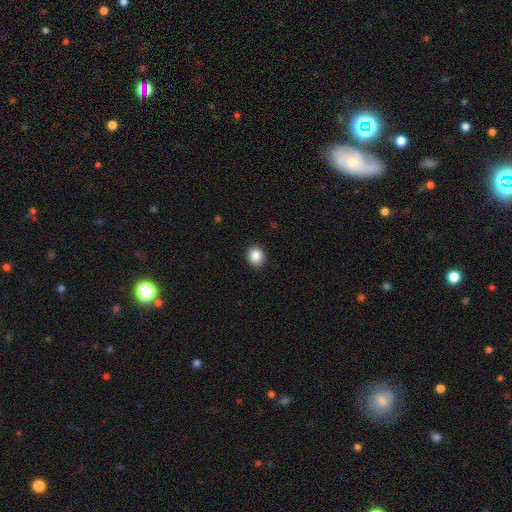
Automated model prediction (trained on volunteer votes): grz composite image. It shows a smooth galaxy with no disk features (87%) that is round (78%). Merging: none (91%).